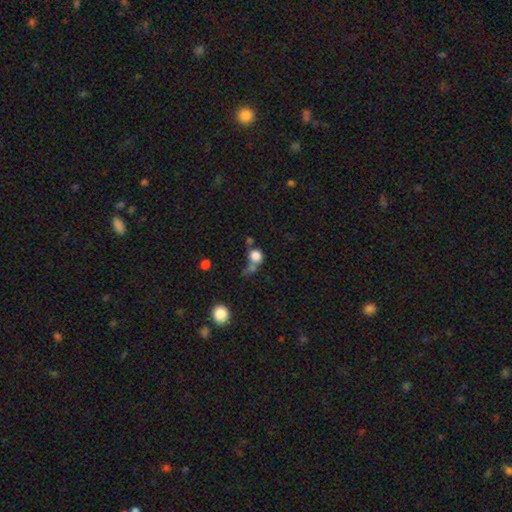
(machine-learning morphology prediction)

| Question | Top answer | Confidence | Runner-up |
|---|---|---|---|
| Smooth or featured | smooth | 79% | star or artifact (12%) |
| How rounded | round | 80% | in between (18%) |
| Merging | none | 39% | merger (36%) |